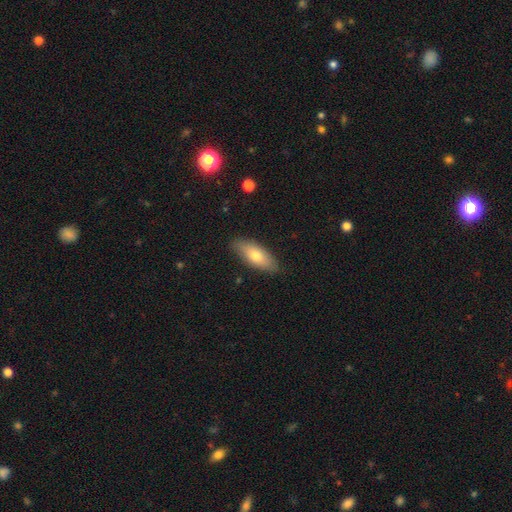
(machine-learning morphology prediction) smooth-or-featured: smooth: 70% | featured or disk: 24% | star or artifact: 6%
  how-rounded: in between: 73% | cigar-shaped: 24% | round: 3%
  merging: none: 85% | minor disturbance: 12% | major disturbance: 2% | merger: 1%